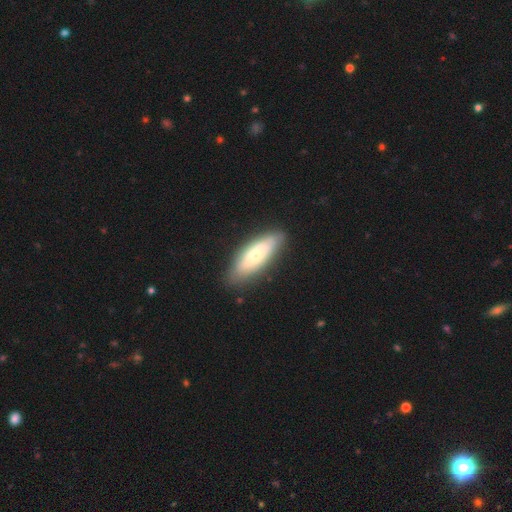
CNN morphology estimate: The model was most divided on "smooth or featured": smooth: 57%, featured or disk: 37%, star or artifact: 6%. More confident: merging — none (83%); how rounded — in between (59%).